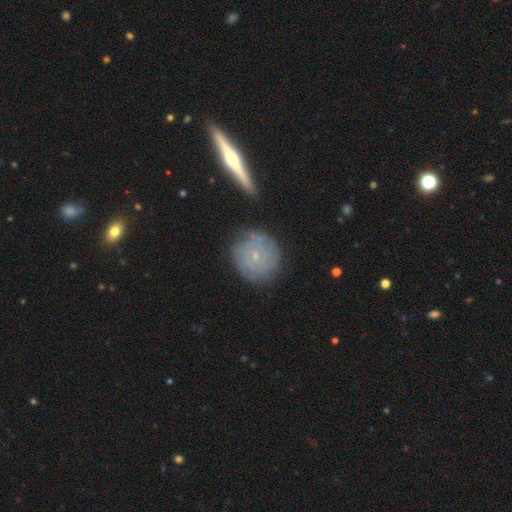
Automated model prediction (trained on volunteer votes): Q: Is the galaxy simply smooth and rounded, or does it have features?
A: featured or disk — 72%.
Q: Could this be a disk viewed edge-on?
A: no — 93%.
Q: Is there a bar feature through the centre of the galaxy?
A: no — 81%.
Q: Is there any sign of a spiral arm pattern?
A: yes — 87%.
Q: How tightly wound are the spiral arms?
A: tight — 78%.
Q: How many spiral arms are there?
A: can't tell — 43%.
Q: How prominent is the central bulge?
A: small — 85%.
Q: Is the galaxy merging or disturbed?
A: none — 81%.